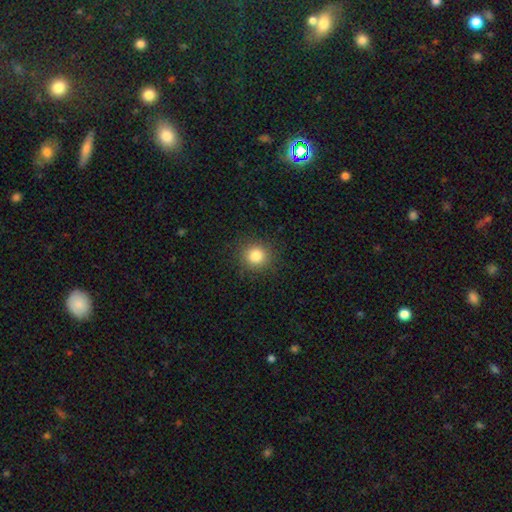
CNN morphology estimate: This is clearly a smooth galaxy (83%). How rounded: clearly round (89%). Merging: clearly none (89%).